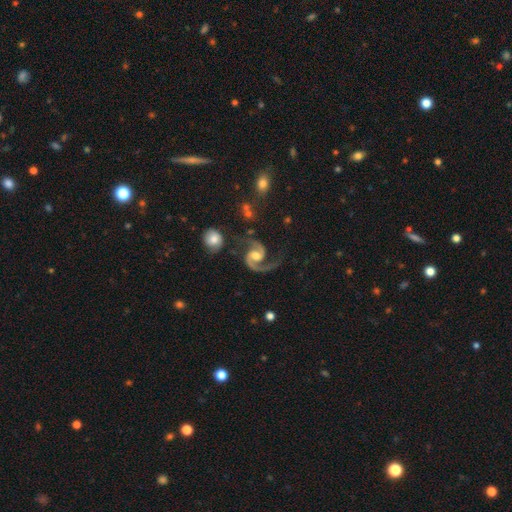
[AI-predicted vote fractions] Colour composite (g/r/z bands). It shows a featured or disk galaxy (93%) with no bar (44%), 2 (92%) medium (64%) spiral arms (98%) and a moderate central bulge (67%). Merging: none (69%).